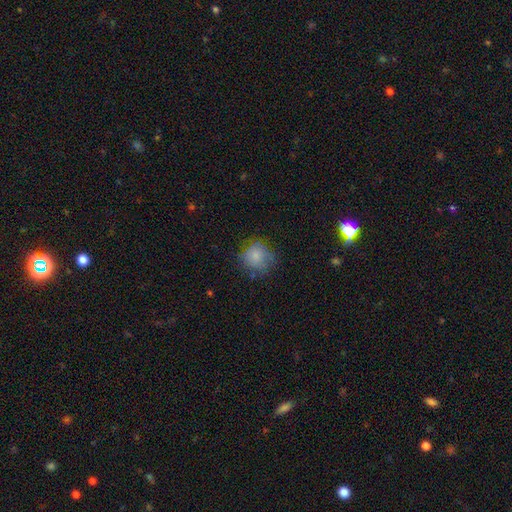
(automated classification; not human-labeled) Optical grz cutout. It shows a smooth galaxy with no disk features (78%) that is round (86%). Merging: none (63%).